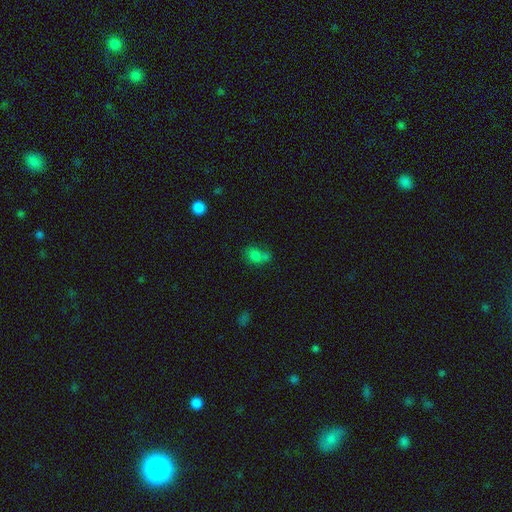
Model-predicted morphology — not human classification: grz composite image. It shows a smooth galaxy with no disk features (74%) that is in between round and cigar-shaped (60%). Merging: merger (39%).